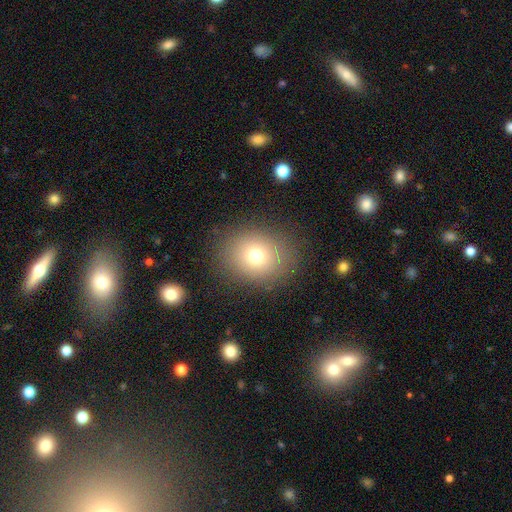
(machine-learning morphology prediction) Smooth or featured? Predicted: smooth (p=0.74). How rounded? Predicted: round (p=0.60). Merging? Predicted: none (p=0.84).